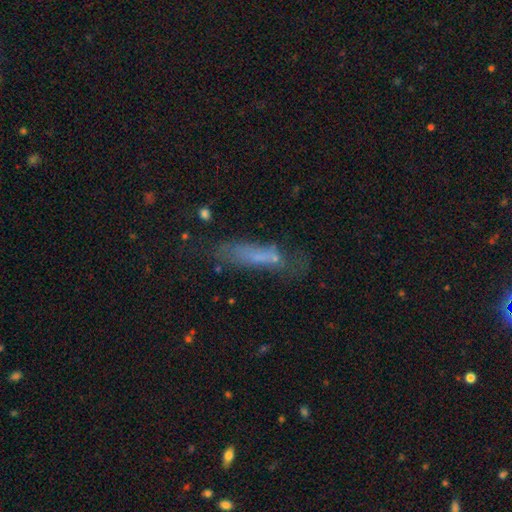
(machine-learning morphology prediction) Smooth or featured?
  - smooth: 58% *
  - featured or disk: 29%
  - star or artifact: 13%
How rounded?
  - cigar-shaped: 72% *
  - in between: 25%
  - round: 2%
Merging?
  - none: 47% *
  - minor disturbance: 23%
  - major disturbance: 20%
  - merger: 10%